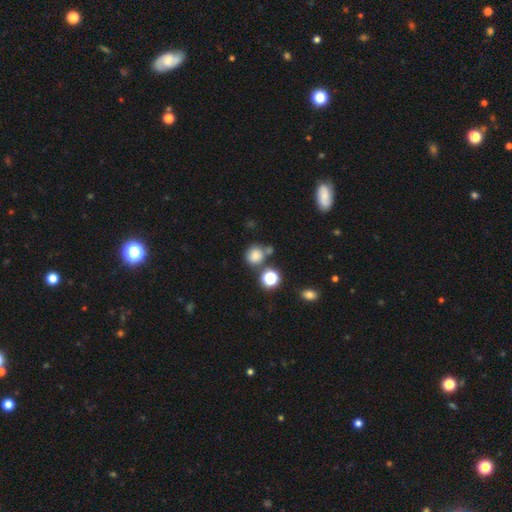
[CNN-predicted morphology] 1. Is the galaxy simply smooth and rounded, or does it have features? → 79% smooth, 15% star or artifact, 6% featured or disk.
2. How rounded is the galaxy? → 84% round, 15% in between, 1% cigar-shaped.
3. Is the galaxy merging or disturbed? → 62% none, 19% merger, 13% minor disturbance, 5% major disturbance.